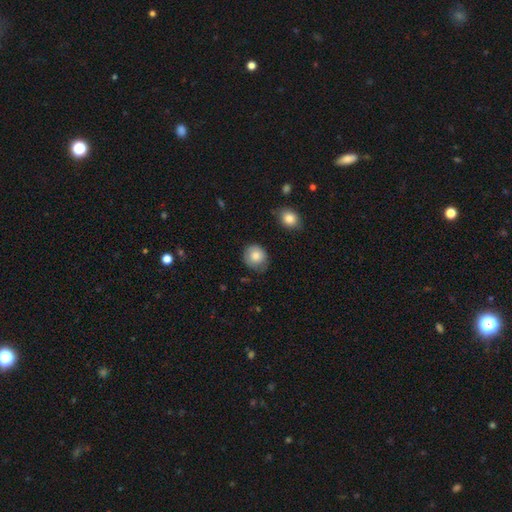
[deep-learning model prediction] This appears to be a smooth galaxy with no disk features (81%) that is round (77%). Merging: none (66%).